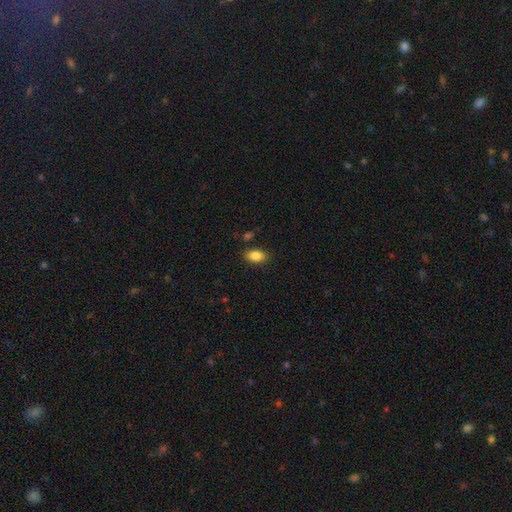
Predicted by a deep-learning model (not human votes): Smooth or featured?
  - smooth: 86% *
  - star or artifact: 8%
  - featured or disk: 6%
How rounded?
  - in between: 88% *
  - round: 10%
  - cigar-shaped: 2%
Merging?
  - none: 85% *
  - minor disturbance: 10%
  - merger: 3%
  - major disturbance: 2%